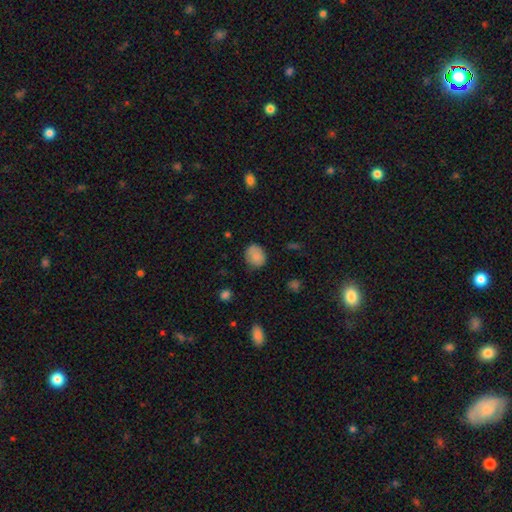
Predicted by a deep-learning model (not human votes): Overall: smooth (84%). How rounded: round (65%; in between 34%). Merging: none (71%).